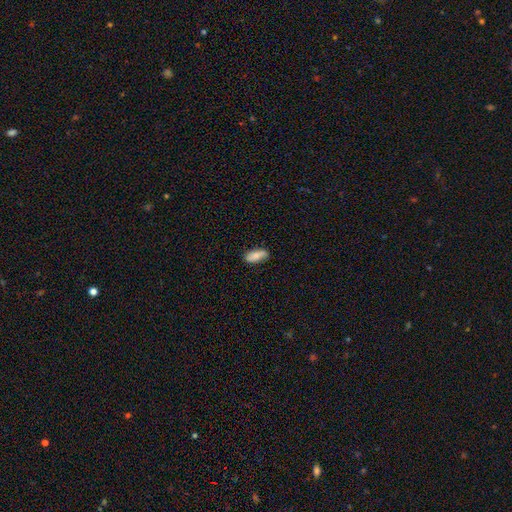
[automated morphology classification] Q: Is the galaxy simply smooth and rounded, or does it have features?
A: smooth — 75%.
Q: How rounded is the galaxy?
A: in between — 82%.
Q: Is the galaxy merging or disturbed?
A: none — 77%.